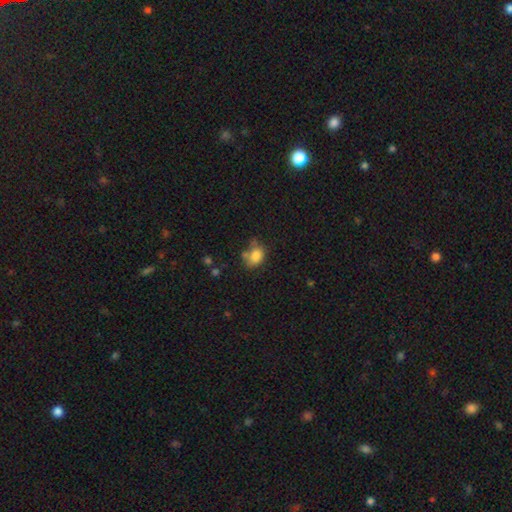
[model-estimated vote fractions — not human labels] smooth_or_featured: smooth (p=0.80) [alt: star or artifact p=0.10]
how_rounded: in between (p=0.59) [alt: round p=0.40]
merging: none (p=0.48) [alt: minor disturbance p=0.26]